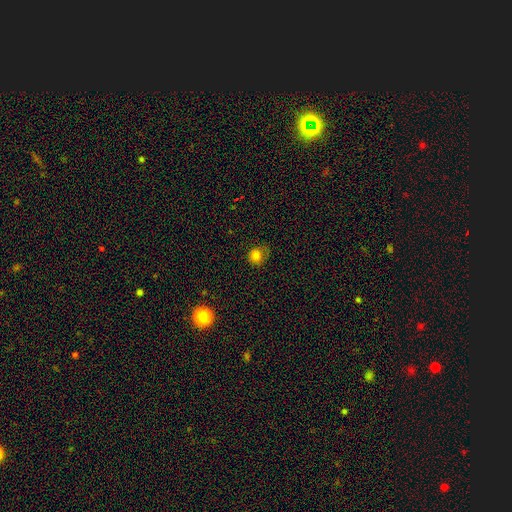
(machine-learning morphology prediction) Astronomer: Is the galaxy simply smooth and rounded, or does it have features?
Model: smooth — 80%.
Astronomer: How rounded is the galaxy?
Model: round — 84%.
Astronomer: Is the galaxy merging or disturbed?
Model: none — 68%.